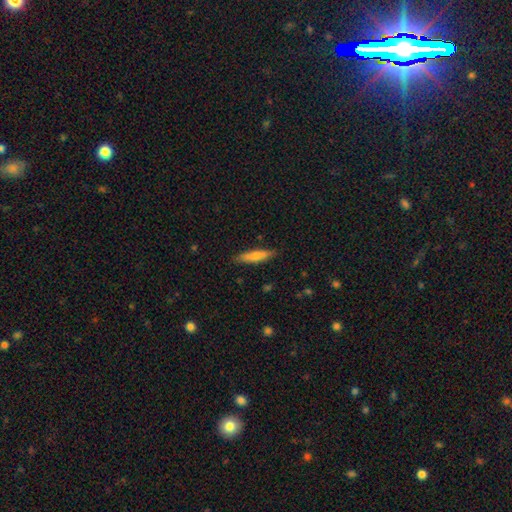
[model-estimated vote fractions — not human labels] Smooth or featured? Predicted: smooth (p=0.68). How rounded? Predicted: cigar-shaped (p=0.81). Merging? Predicted: none (p=0.86).